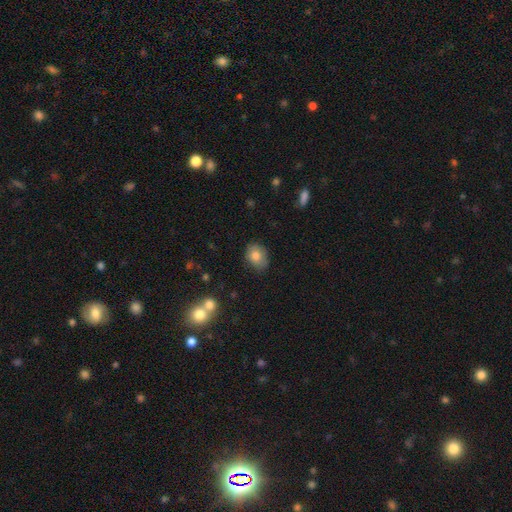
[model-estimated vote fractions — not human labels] A smooth galaxy with no disk features (81%) that is in between round and cigar-shaped (56%). Merging: none (79%).